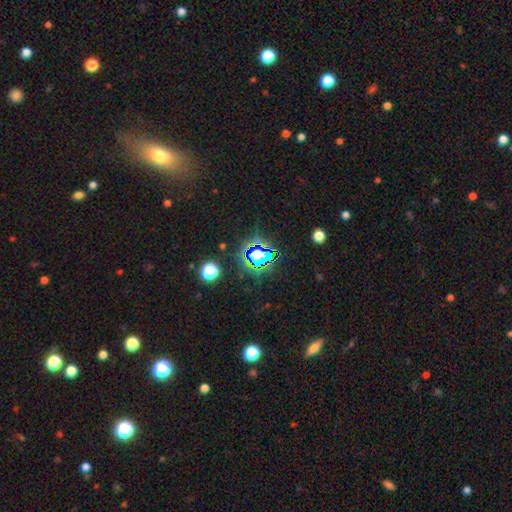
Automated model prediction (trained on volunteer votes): A star or artifact, not a galaxy (66%).